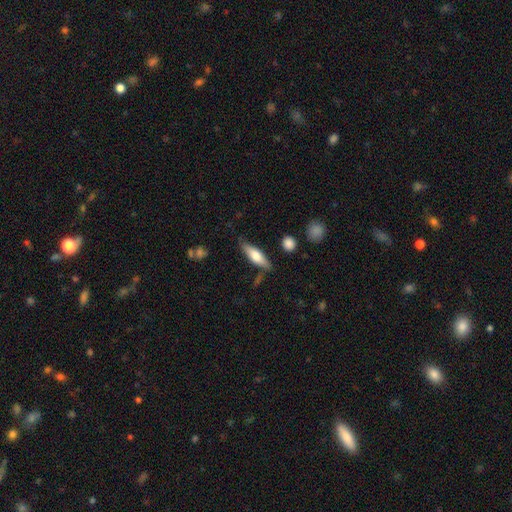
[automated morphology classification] This appears to be a smooth galaxy with no disk features (56%) that is cigar-shaped (52%). Merging: none (77%).